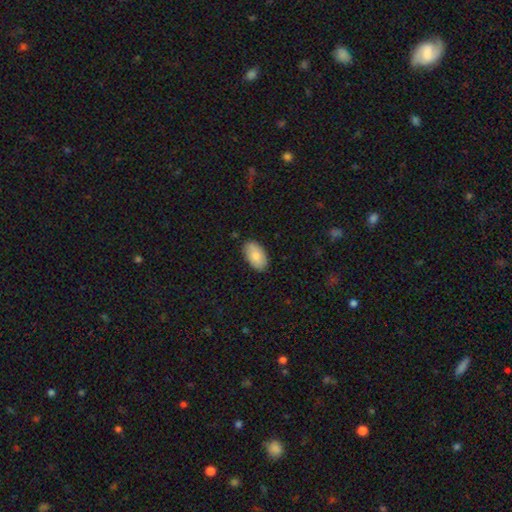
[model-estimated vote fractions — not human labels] Q: Smooth or featured?
A: smooth (84%); runner-up: featured or disk (9%)
Q: How rounded?
A: in between (95%); runner-up: round (4%)
Q: Merging?
A: none (85%); runner-up: minor disturbance (11%)